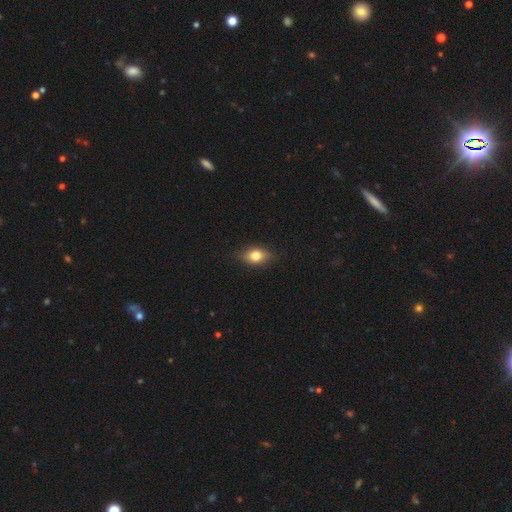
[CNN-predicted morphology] This is likely a smooth galaxy (77%). How rounded: likely in between (77%). Merging: clearly none (85%).